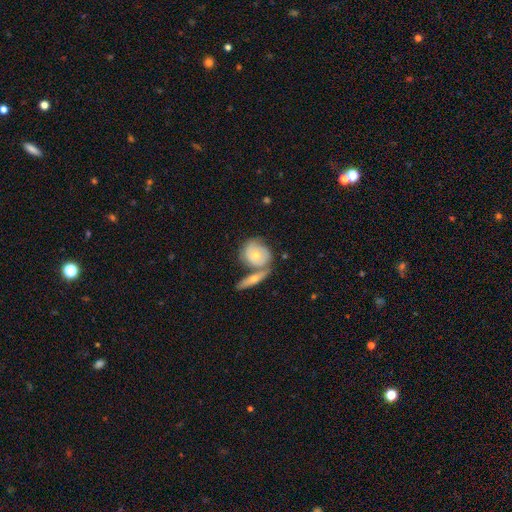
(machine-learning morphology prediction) smooth-or-featured: featured or disk: 51% | smooth: 43% | star or artifact: 5%
  disk-edge-on: no: 87% | yes: 13%
  merging: none: 43% | merger: 36% | minor disturbance: 15% | major disturbance: 5%